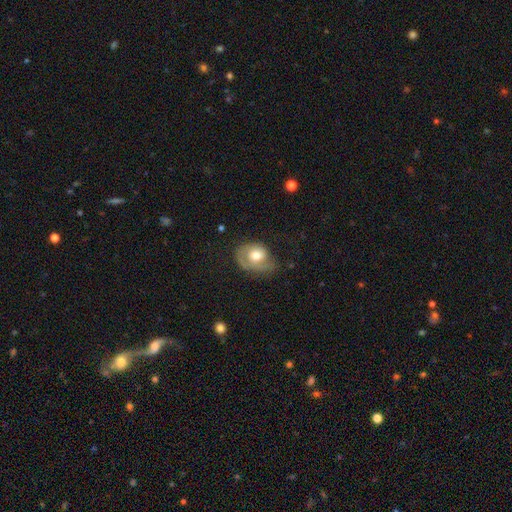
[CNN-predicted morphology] Smooth or featured? Predicted: featured or disk (p=0.51). Edge-on disk? Predicted: no (p=0.96). Merging? Predicted: none (p=0.40).